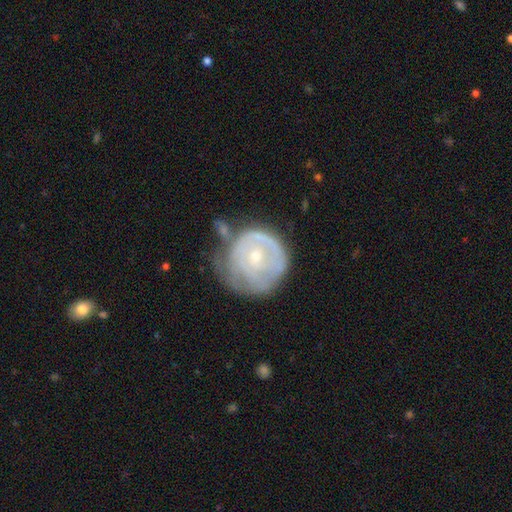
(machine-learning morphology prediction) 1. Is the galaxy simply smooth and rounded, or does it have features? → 62% featured or disk, 31% smooth, 7% star or artifact.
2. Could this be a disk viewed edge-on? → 97% no, 3% yes.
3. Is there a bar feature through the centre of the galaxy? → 77% no, 19% weak, 4% strong.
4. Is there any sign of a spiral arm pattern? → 58% yes, 42% no.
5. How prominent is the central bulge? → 69% small, 27% moderate, 2% none, 2% large, 1% dominant.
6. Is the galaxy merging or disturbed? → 40% none, 28% minor disturbance, 21% major disturbance, 10% merger.